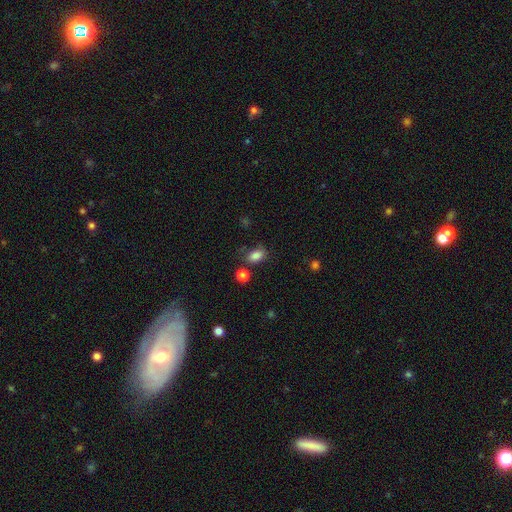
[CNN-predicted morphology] Q: Smooth or featured?
A: smooth (84%); runner-up: star or artifact (10%)
Q: How rounded?
A: in between (83%); runner-up: round (15%)
Q: Merging?
A: none (67%); runner-up: minor disturbance (19%)